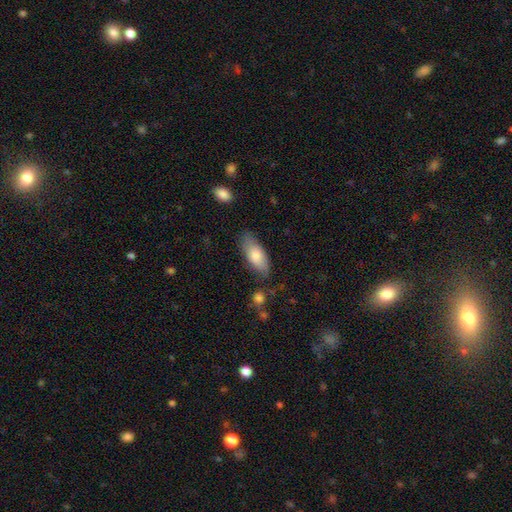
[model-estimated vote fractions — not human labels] Smooth or featured: smooth — 77% (featured or disk — 17%)
How rounded: in between — 82% (cigar-shaped — 16%)
Merging: none — 72% (minor disturbance — 20%)